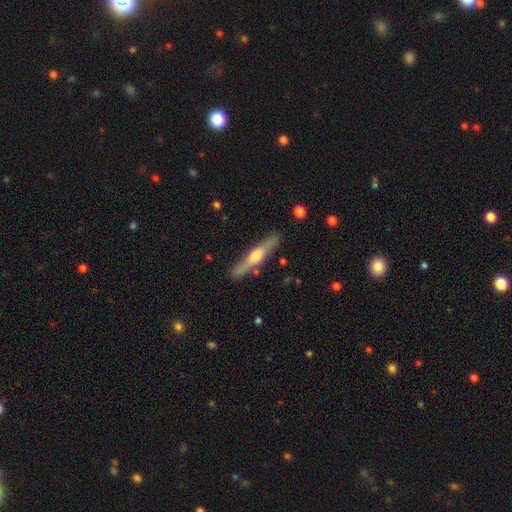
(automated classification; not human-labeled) A featured or disk galaxy (66%) viewed edge-on (96%) with a rounded central bulge (89%).

Vote fractions:
- Smooth or featured? featured or disk: 66% / smooth: 29% / star or artifact: 5%
- Edge-on disk? yes: 96% / no: 4%
- Edge-on bulge? rounded: 89% / boxy: 6% / none: 5%
- Merging? none: 87% / minor disturbance: 9% / merger: 2% / major disturbance: 2%